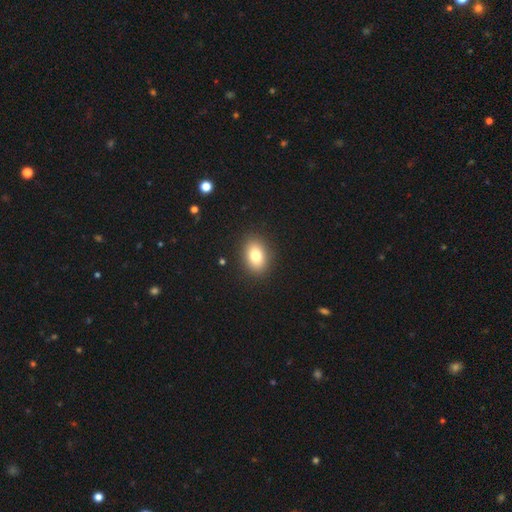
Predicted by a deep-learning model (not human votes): The model was most divided on "how rounded": in between: 79%, round: 20%, cigar-shaped: 1%. More confident: merging — none (89%); smooth or featured — smooth (80%).